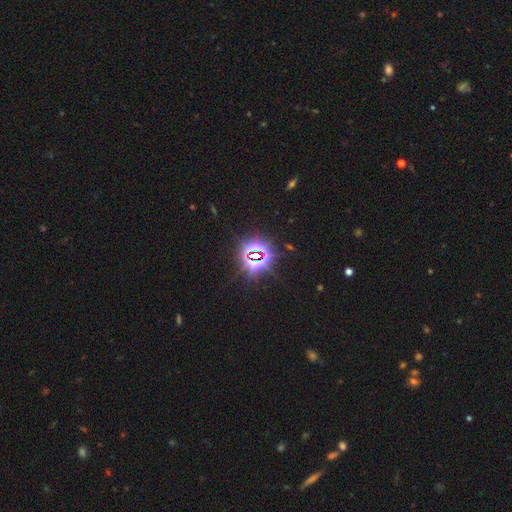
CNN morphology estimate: star or artifact 83%, smooth 10%, featured or disk 7%.